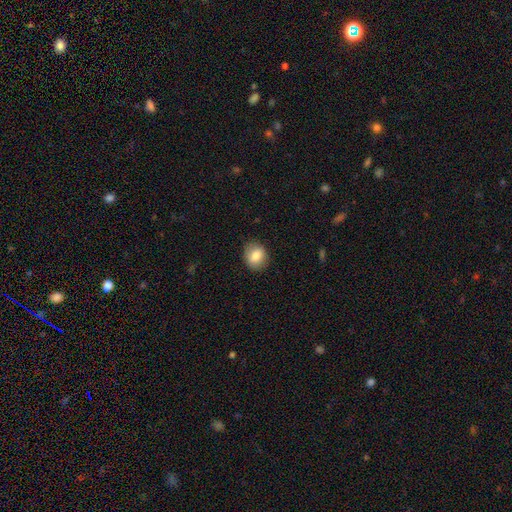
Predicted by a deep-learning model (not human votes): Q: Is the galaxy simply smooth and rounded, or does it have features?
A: smooth — 81%.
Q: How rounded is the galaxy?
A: round — 61%.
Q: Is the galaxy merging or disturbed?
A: none — 84%.